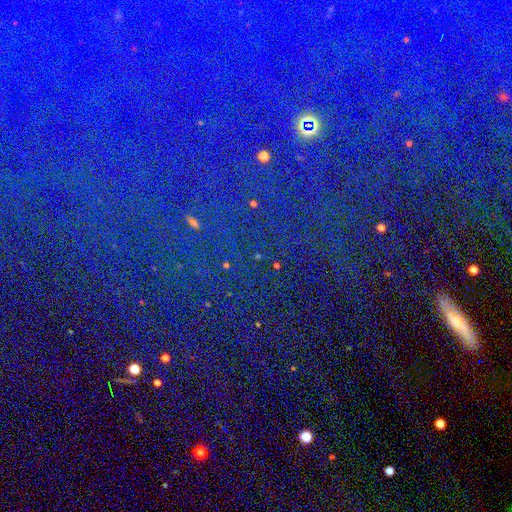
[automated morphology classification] The model was most divided on "smooth or featured": star or artifact: 83%, smooth: 9%, featured or disk: 8%.